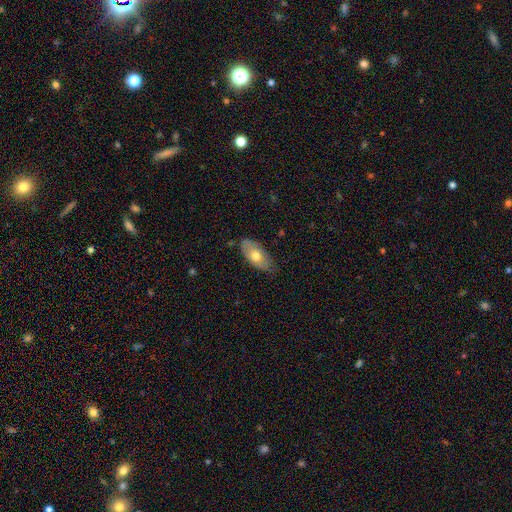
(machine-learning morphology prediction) Overall: smooth (60%; featured or disk 34%). How rounded: in between (90%). Merging: none (72%).